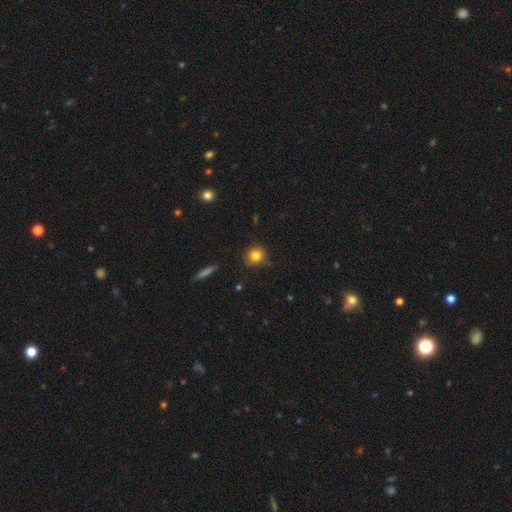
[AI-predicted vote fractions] Overall: smooth (82%). How rounded: round (88%). Merging: none (81%).